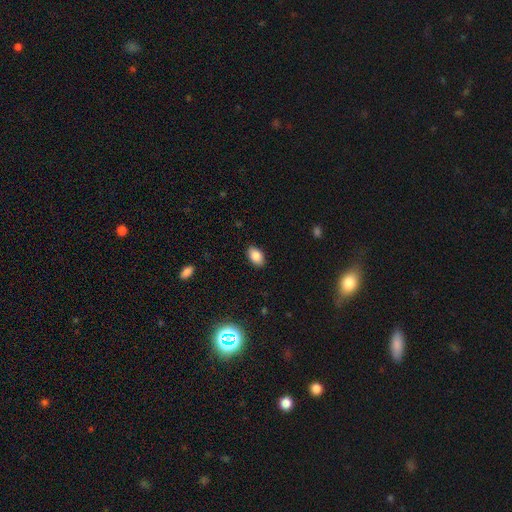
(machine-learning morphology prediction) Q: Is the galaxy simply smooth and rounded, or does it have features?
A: smooth — 85%.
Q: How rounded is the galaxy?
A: in between — 91%.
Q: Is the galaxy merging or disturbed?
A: none — 88%.